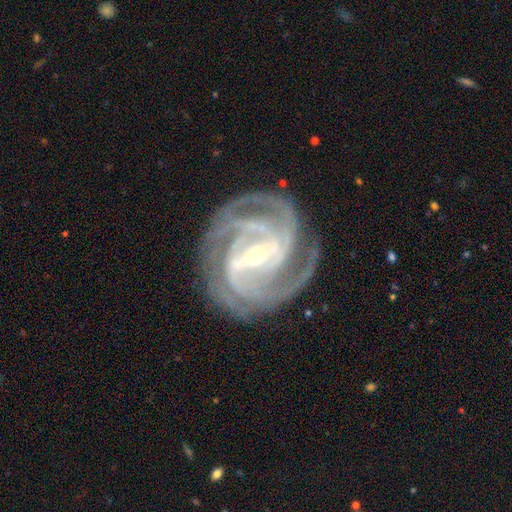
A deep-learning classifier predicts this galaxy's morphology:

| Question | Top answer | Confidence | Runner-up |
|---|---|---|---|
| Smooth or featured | featured or disk | 92% | star or artifact (5%) |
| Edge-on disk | no | 97% | yes (3%) |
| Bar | strong | 57% | weak (32%) |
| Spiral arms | yes | 98% | no (2%) |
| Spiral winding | tight | 66% | medium (31%) |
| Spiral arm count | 3 | 35% | 4 (33%) |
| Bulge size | small | 63% | moderate (33%) |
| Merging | none | 78% | minor disturbance (14%) |